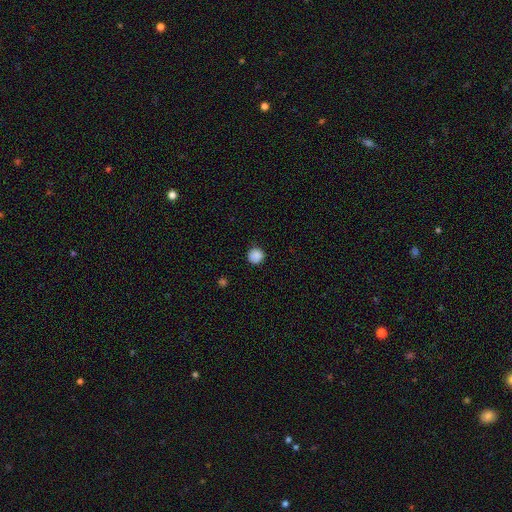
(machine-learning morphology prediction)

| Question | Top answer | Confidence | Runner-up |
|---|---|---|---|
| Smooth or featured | smooth | 87% | star or artifact (10%) |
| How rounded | round | 94% | in between (5%) |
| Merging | none | 88% | minor disturbance (8%) |